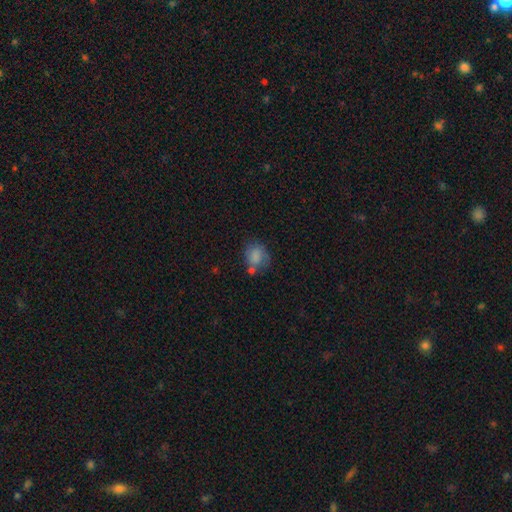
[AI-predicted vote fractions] Smooth or featured? Predicted: smooth (p=0.78). How rounded? Predicted: round (p=0.57). Merging? Predicted: none (p=0.51).